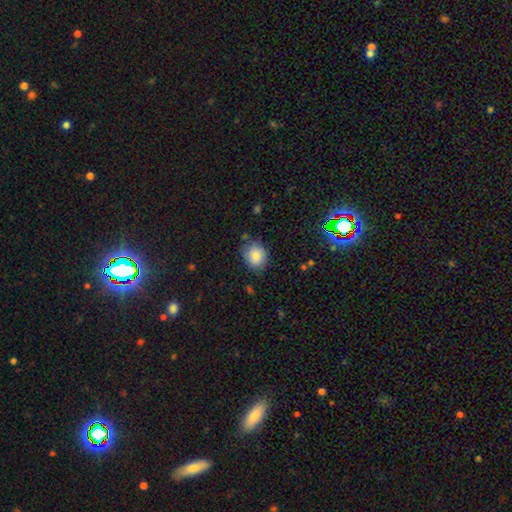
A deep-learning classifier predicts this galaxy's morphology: Overall: smooth (84%). How rounded: round (64%; in between 35%). Merging: none (77%).